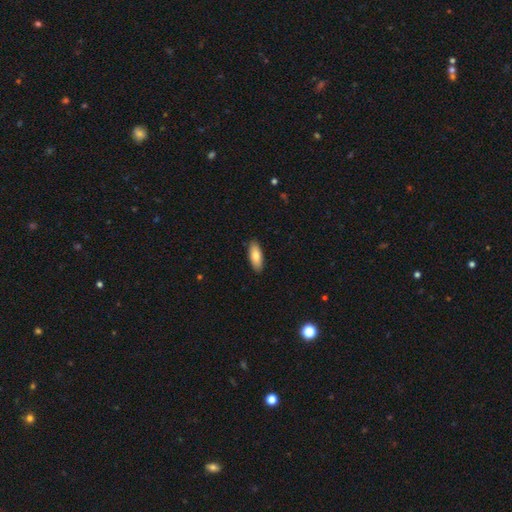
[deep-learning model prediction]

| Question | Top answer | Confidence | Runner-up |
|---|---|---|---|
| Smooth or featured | smooth | 82% | featured or disk (13%) |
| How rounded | in between | 75% | cigar-shaped (23%) |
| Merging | none | 89% | minor disturbance (8%) |